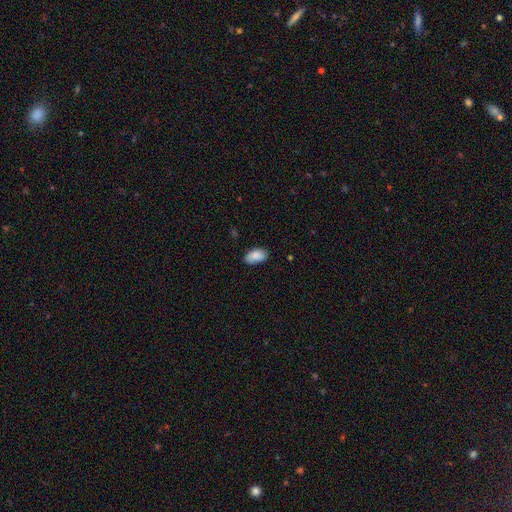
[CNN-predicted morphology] This is clearly a smooth galaxy (87%). How rounded: clearly in between (94%). Merging: likely none (77%).